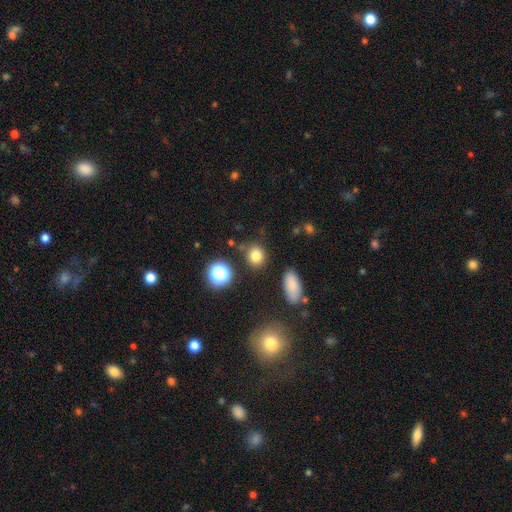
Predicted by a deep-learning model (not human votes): Smooth or featured? smooth (79%)
How rounded? round (72%)
Merging? none (81%)